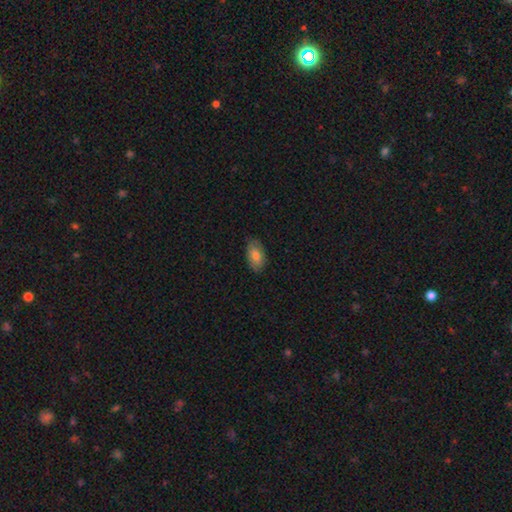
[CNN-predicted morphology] Smooth or featured? smooth (80%)
How rounded? in between (93%)
Merging? none (81%)